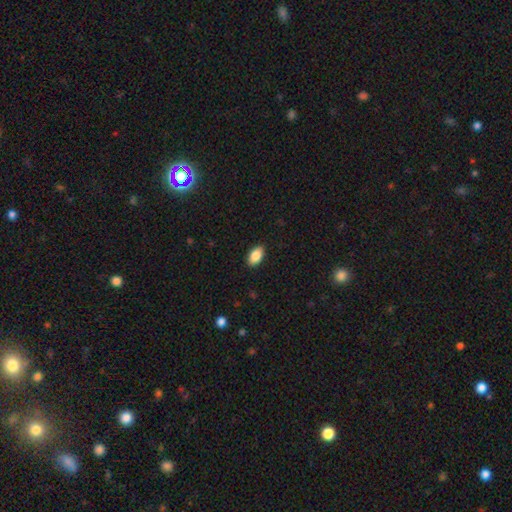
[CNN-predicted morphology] smooth 88%, star or artifact 7%, featured or disk 5%. Down the decision tree: how rounded — in between (93%); merging — none (89%).